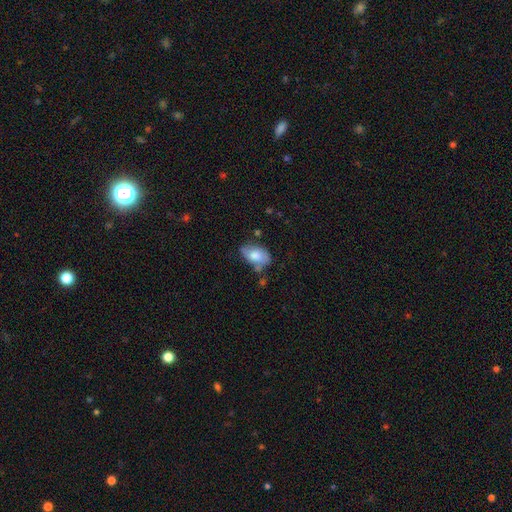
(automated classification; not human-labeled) Smooth or featured? smooth (68%)
How rounded? in between (91%)
Merging? none (46%)